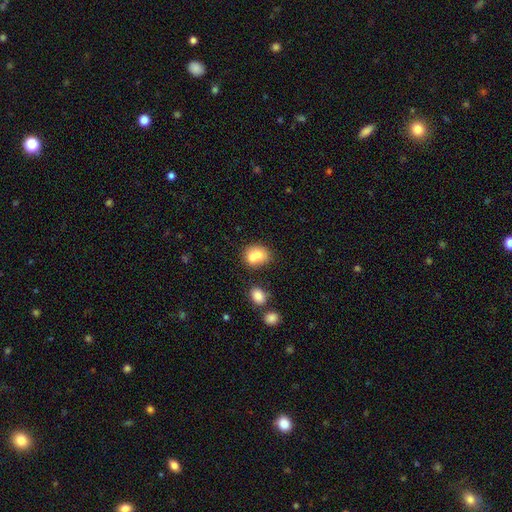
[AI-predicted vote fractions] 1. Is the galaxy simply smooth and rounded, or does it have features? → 70% smooth, 21% featured or disk, 9% star or artifact.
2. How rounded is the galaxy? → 61% round, 38% in between, 1% cigar-shaped.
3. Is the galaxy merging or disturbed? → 57% merger, 31% none, 8% minor disturbance, 3% major disturbance.